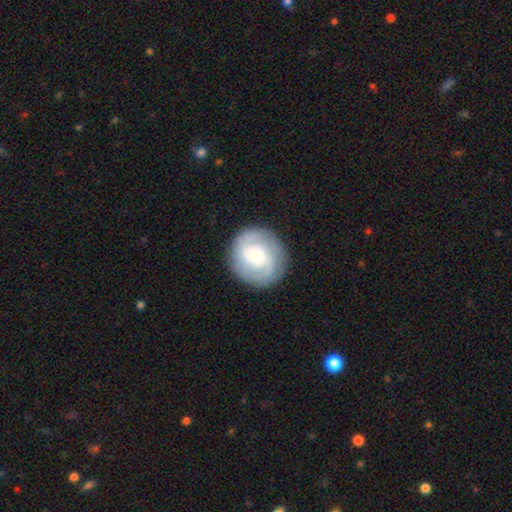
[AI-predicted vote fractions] This appears to be a featured or disk galaxy (63%) with no bar (59%), 2 (47%) tight (46%) spiral arms (89%) and a small central bulge (50%). Merging: none (85%).